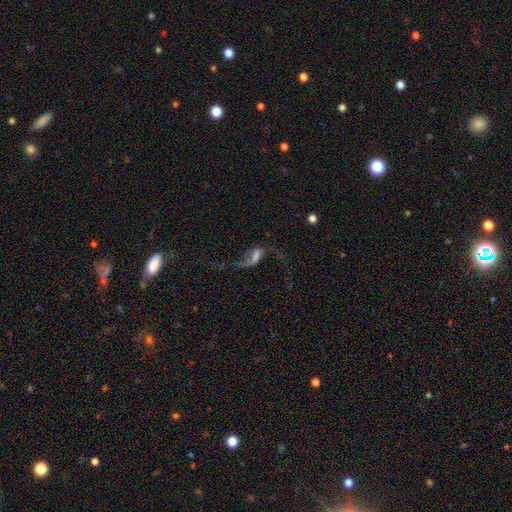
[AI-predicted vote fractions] Morphology: type=featured or disk (72%); edge-on=no (94%); bar=weak (45%); spiral arms=yes (87%); winding=loose (92%); arm count=2 (85%); bulge=none (35%); merging=none (46%).